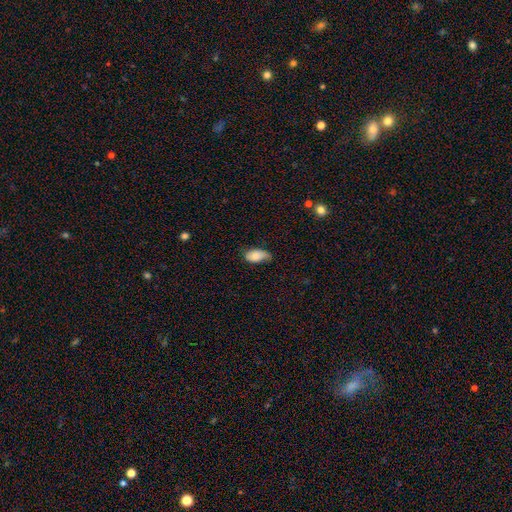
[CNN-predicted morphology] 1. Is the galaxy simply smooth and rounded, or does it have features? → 78% smooth, 15% featured or disk, 7% star or artifact.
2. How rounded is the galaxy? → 93% in between, 4% cigar-shaped, 3% round.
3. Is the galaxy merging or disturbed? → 56% none, 34% minor disturbance, 8% major disturbance, 2% merger.